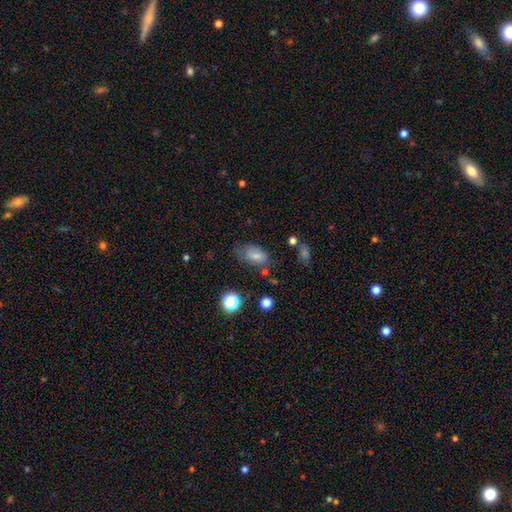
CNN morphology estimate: Smooth or featured?
  - smooth: 73% *
  - featured or disk: 15%
  - star or artifact: 12%
How rounded?
  - in between: 89% *
  - round: 8%
  - cigar-shaped: 2%
Merging?
  - none: 55% *
  - minor disturbance: 28%
  - major disturbance: 12%
  - merger: 5%